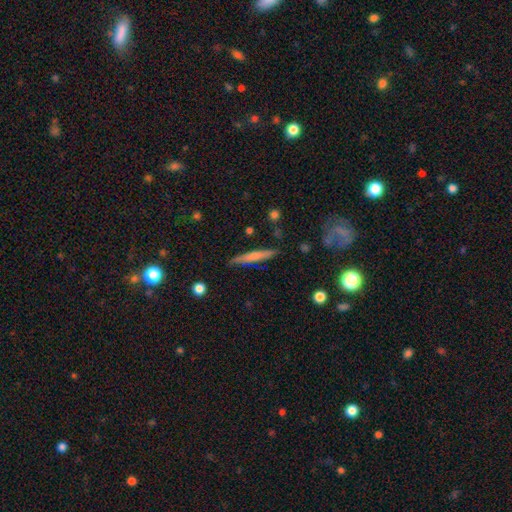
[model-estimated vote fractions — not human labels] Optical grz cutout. It shows a smooth galaxy with no disk features (55%) that is cigar-shaped (93%). Merging: none (84%).